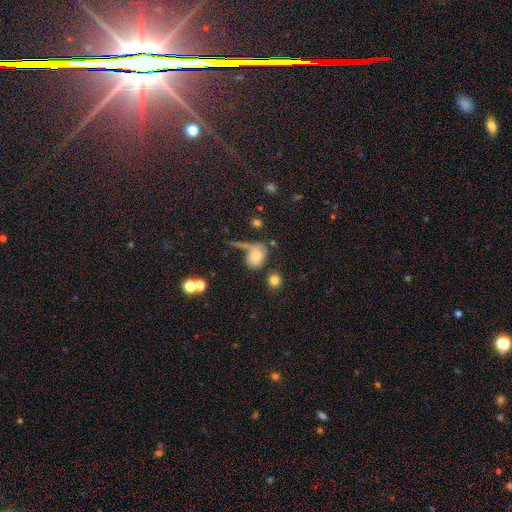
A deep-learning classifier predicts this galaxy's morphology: Overall: smooth (73%). How rounded: in between (72%). Merging: none (40%; merger 22%).